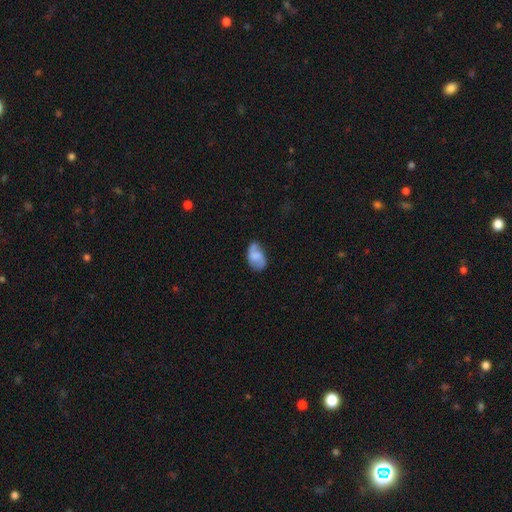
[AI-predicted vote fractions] The model was most divided on "merging": none: 58%, minor disturbance: 30%, major disturbance: 10%, merger: 2%. More confident: how rounded — in between (89%); smooth or featured — smooth (61%).